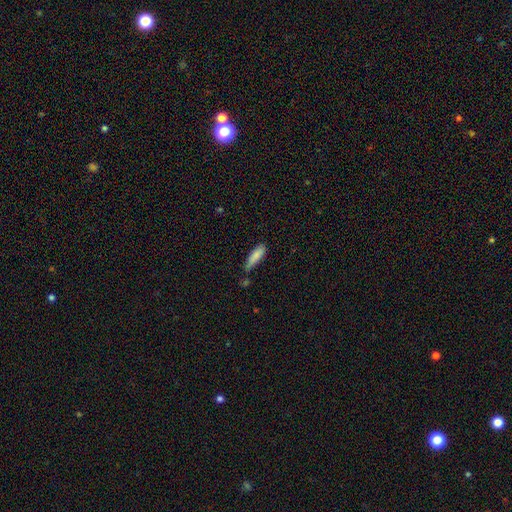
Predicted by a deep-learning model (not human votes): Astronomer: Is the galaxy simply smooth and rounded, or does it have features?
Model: smooth — 83%.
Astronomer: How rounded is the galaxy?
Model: cigar-shaped — 63%.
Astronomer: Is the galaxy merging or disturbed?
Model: none — 52% (runner-up: minor disturbance, 32%).